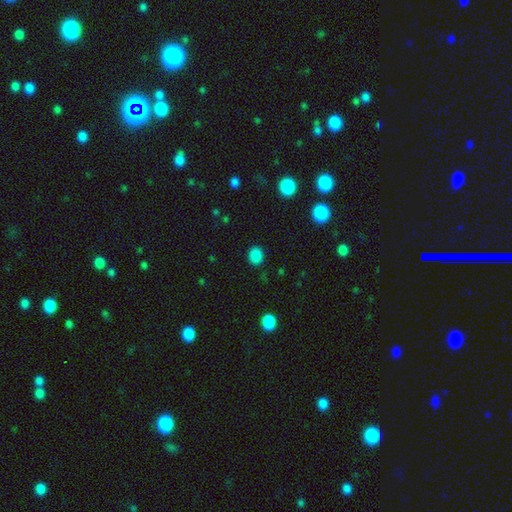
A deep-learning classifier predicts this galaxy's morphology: Smooth or featured? smooth (86%)
How rounded? round (63%)
Merging? none (88%)